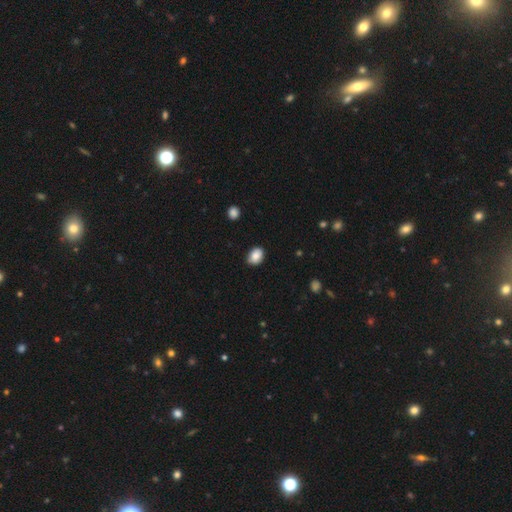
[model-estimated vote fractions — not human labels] smooth 86%, star or artifact 8%, featured or disk 6%. Down the decision tree: how rounded — in between (69%); merging — none (83%).